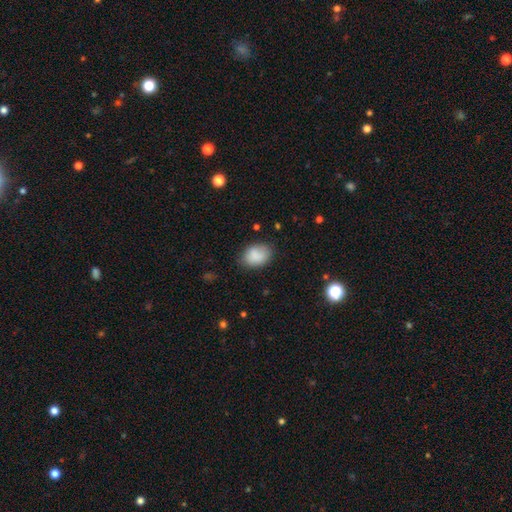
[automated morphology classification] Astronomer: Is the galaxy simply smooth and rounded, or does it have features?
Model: smooth — 86%.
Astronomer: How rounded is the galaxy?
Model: in between — 74%.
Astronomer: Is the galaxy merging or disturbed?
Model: none — 74%.